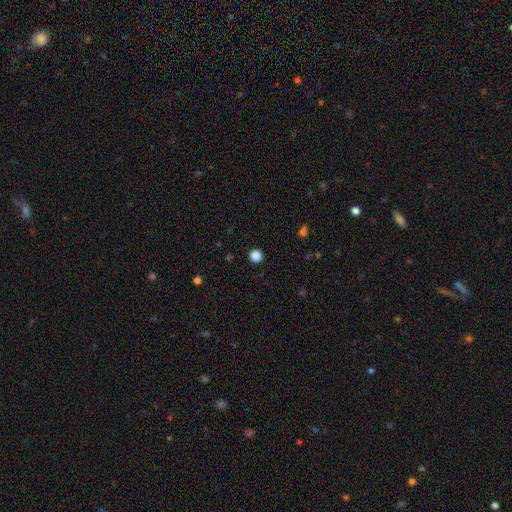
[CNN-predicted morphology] smooth-or-featured: smooth: 84% | star or artifact: 13% | featured or disk: 3%
  how-rounded: round: 95% | in between: 4% | cigar-shaped: 1%
  merging: none: 93% | minor disturbance: 4% | major disturbance: 2% | merger: 1%